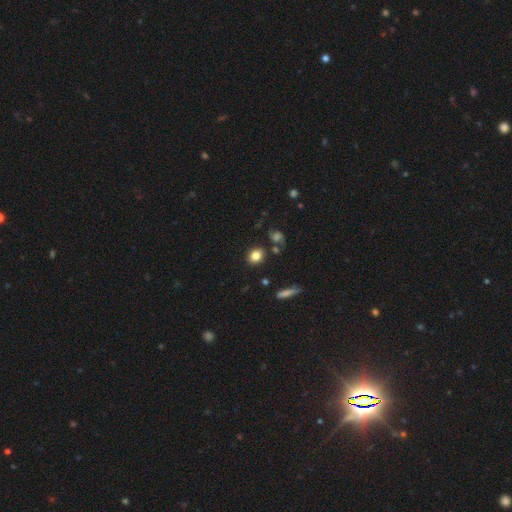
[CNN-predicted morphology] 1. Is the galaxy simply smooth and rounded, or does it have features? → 81% smooth, 10% star or artifact, 9% featured or disk.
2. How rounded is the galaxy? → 60% round, 38% in between, 2% cigar-shaped.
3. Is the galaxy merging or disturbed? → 81% none, 10% minor disturbance, 5% merger, 3% major disturbance.